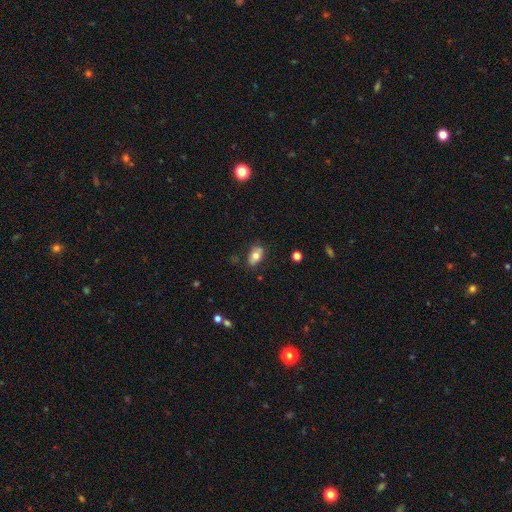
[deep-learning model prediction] smooth-or-featured: smooth: 71% | featured or disk: 20% | star or artifact: 9%
  how-rounded: in between: 87% | round: 10% | cigar-shaped: 2%
  merging: none: 73% | minor disturbance: 20% | major disturbance: 4% | merger: 3%